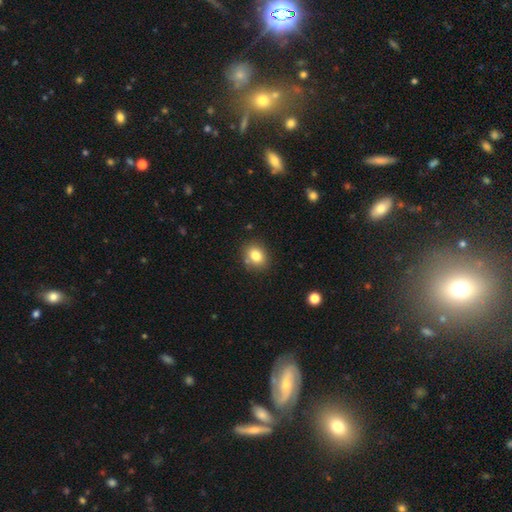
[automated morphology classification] A smooth galaxy with no disk features (81%) that is round (54%).

Vote fractions:
- Smooth or featured? smooth: 81% / star or artifact: 11% / featured or disk: 8%
- How rounded? round: 54% / in between: 45% / cigar-shaped: 1%
- Merging? none: 81% / minor disturbance: 11% / merger: 5% / major disturbance: 3%